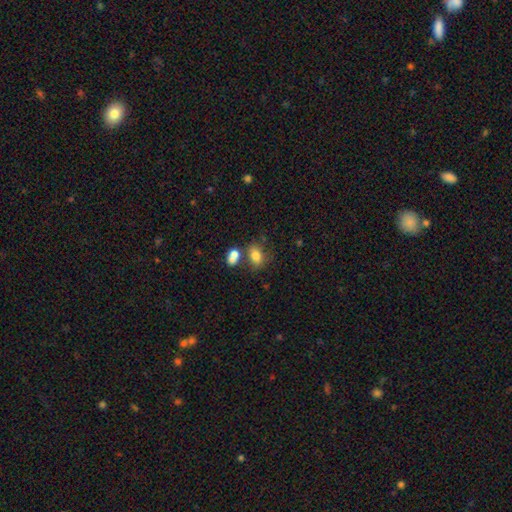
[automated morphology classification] Q: Smooth or featured?
A: smooth (78%); runner-up: featured or disk (12%)
Q: How rounded?
A: in between (77%); runner-up: round (21%)
Q: Merging?
A: none (51%); runner-up: merger (28%)